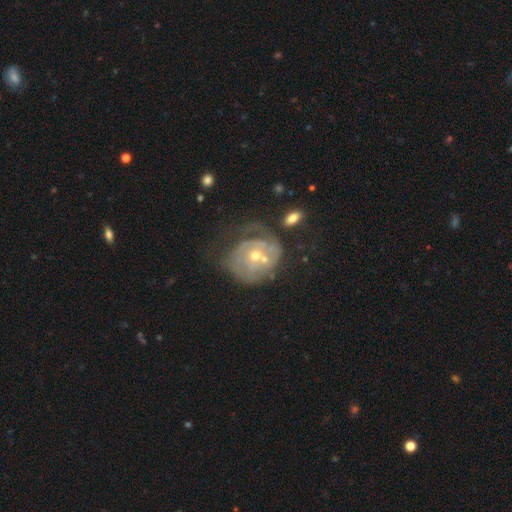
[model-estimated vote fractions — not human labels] This appears to be a featured or disk galaxy (76%) with no bar (76%), tight (62%) spiral arms (76%) and a small central bulge (59%). Merging: none (37%).